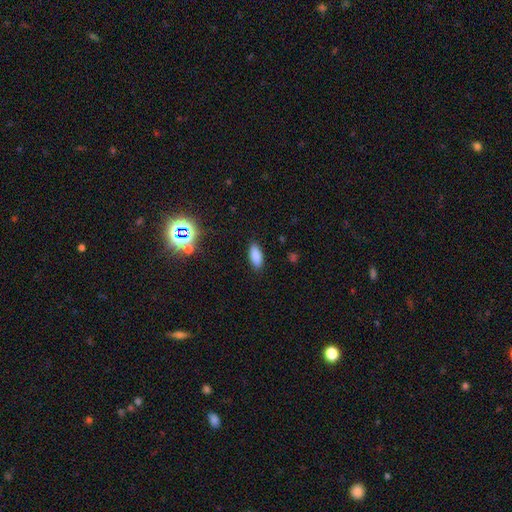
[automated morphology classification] Smooth or featured? smooth (84%)
How rounded? in between (80%)
Merging? none (88%)